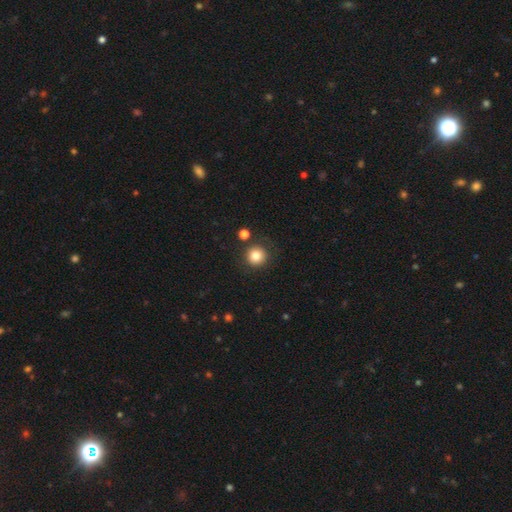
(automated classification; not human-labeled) The model was most divided on "smooth or featured": smooth: 82%, star or artifact: 12%, featured or disk: 6%. More confident: how rounded — round (94%); merging — none (85%).